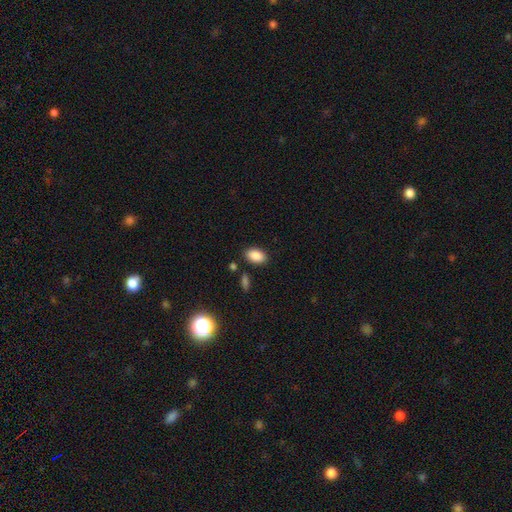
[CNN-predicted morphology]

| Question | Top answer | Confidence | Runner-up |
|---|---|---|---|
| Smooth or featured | smooth | 87% | star or artifact (8%) |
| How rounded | in between | 91% | round (8%) |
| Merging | none | 84% | minor disturbance (10%) |